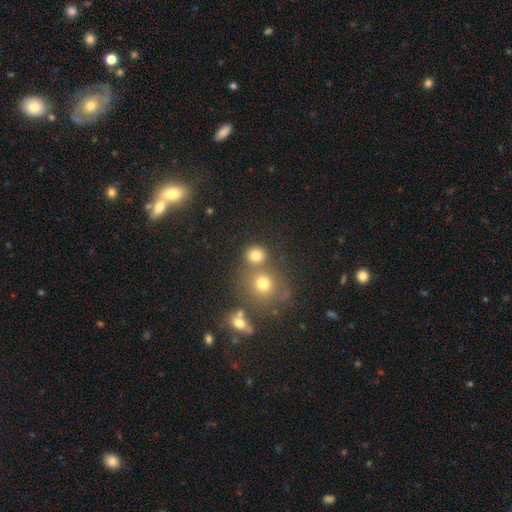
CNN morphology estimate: Smooth or featured: smooth — 76% (star or artifact — 15%)
How rounded: round — 84% (in between — 15%)
Merging: none — 65% (merger — 23%)